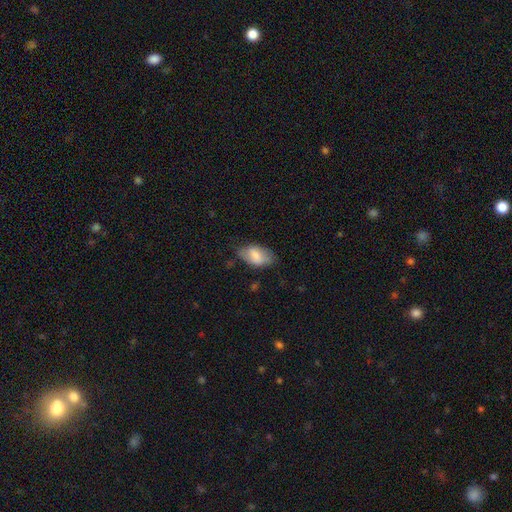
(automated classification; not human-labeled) Smooth or featured? Predicted: smooth (p=0.73). How rounded? Predicted: in between (p=0.92). Merging? Predicted: none (p=0.63).